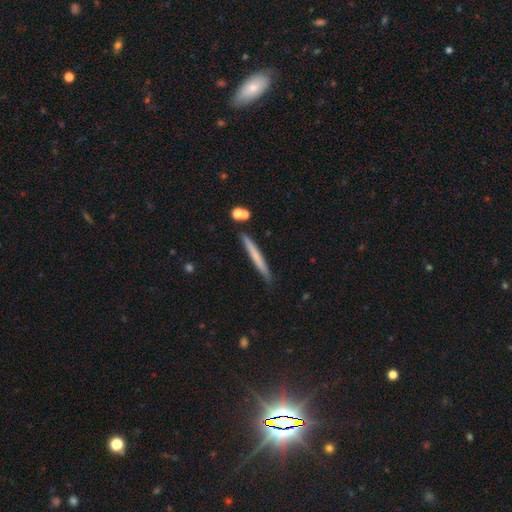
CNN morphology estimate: A smooth galaxy with no disk features (58%) that is cigar-shaped (96%). Merging: none (84%).